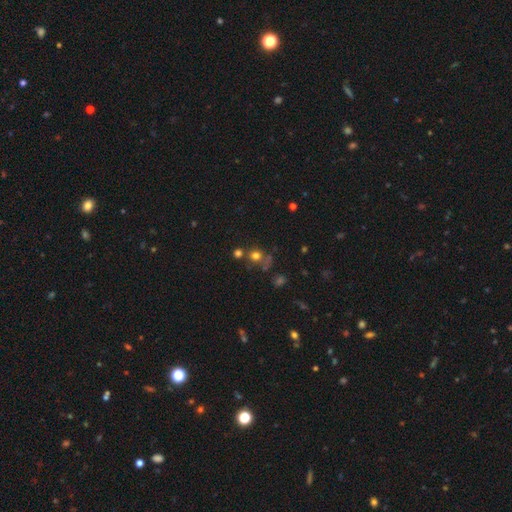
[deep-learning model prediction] The model was most divided on "merging": none: 62%, merger: 20%, minor disturbance: 11%, major disturbance: 6%. More confident: how rounded — round (87%); smooth or featured — smooth (67%).